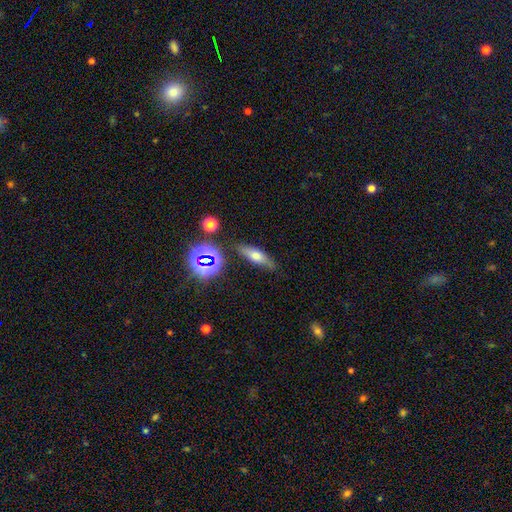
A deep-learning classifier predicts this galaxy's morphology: Smooth or featured: smooth — 57% (featured or disk — 28%)
How rounded: in between — 50% (cigar-shaped — 44%)
Merging: none — 77% (minor disturbance — 15%)